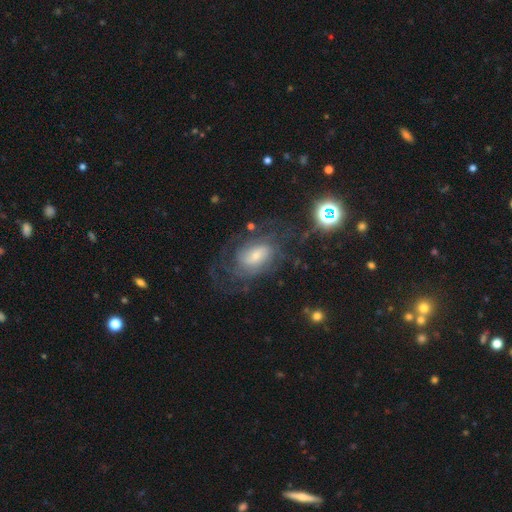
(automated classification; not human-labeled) This appears to be a featured or disk galaxy (76%) with no bar (47%), tight (54%) spiral arms (91%) and a small central bulge (50%). Merging: none (62%).